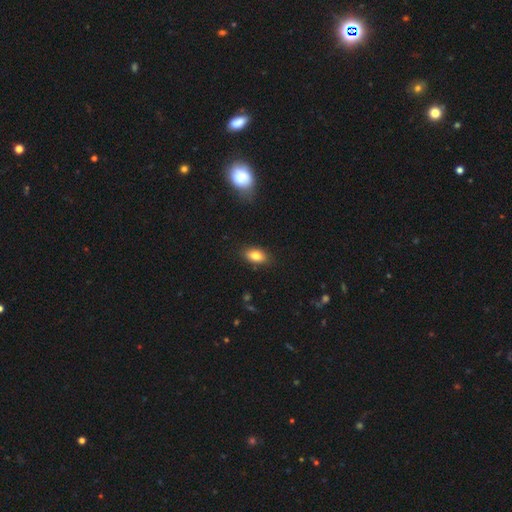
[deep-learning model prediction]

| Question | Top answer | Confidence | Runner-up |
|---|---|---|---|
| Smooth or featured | smooth | 82% | featured or disk (9%) |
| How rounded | in between | 88% | round (8%) |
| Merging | none | 86% | minor disturbance (10%) |